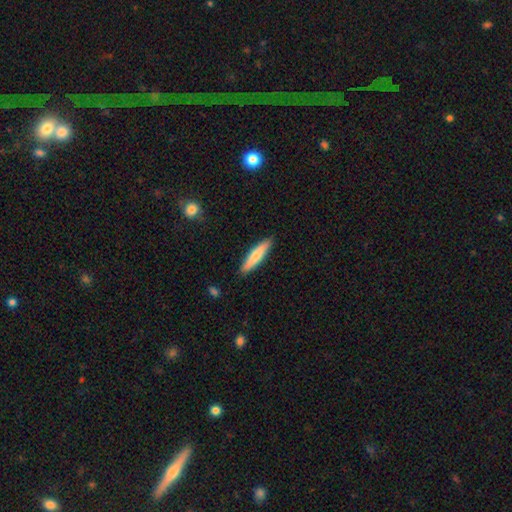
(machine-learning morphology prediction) Q: Smooth or featured?
A: smooth (72%); runner-up: featured or disk (23%)
Q: How rounded?
A: cigar-shaped (86%); runner-up: in between (13%)
Q: Merging?
A: none (89%); runner-up: minor disturbance (8%)